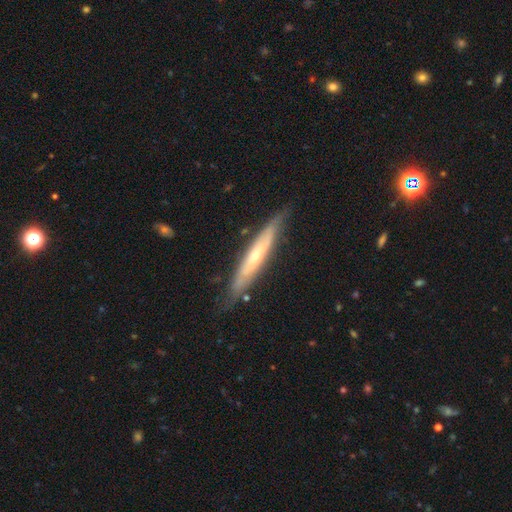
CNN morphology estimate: type=featured or disk (64%); edge-on=yes (78%); merging=none (77%).